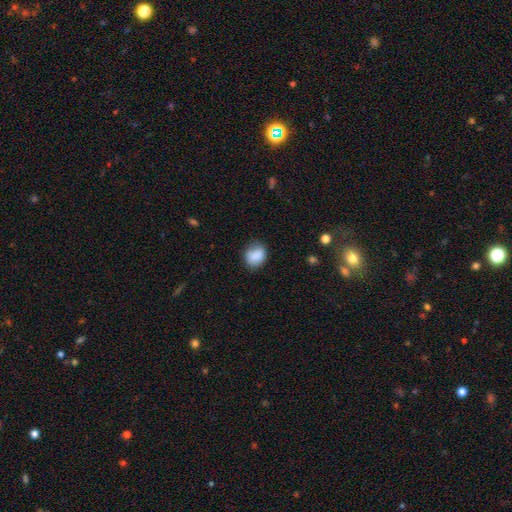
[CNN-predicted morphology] A smooth galaxy with no disk features (87%) that is round (54%). Merging: none (73%).